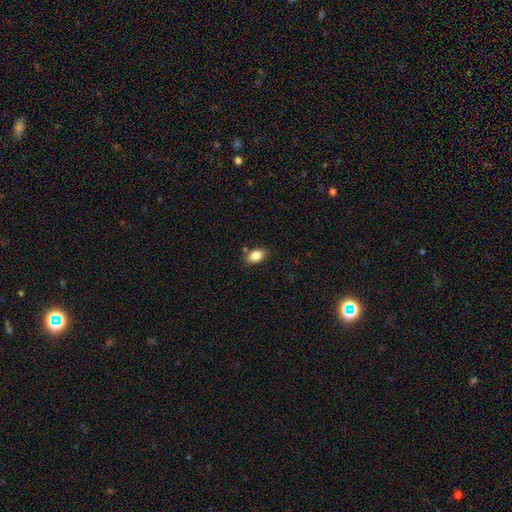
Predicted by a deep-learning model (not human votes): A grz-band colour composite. It shows a smooth galaxy with no disk features (85%) that is in between round and cigar-shaped (90%). Merging: none (82%).